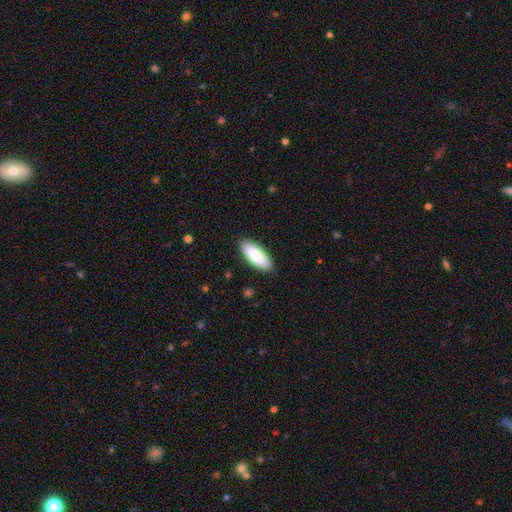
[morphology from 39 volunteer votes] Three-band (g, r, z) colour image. It shows a smooth galaxy with no disk features (87%) that is in between round and cigar-shaped (82%). Merging: none (95%).